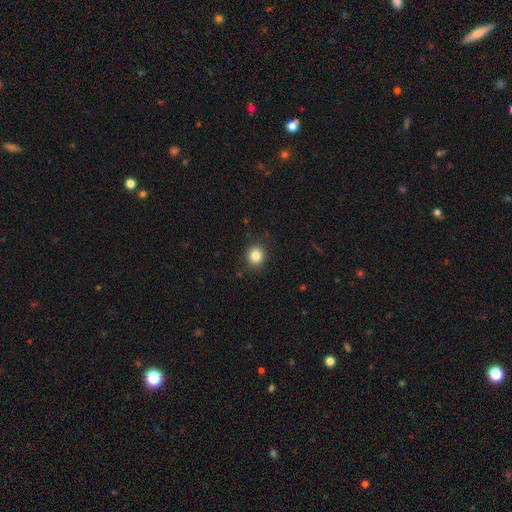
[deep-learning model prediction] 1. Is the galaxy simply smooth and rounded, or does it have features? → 84% smooth, 11% star or artifact, 5% featured or disk.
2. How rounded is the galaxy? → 86% round, 14% in between, 1% cigar-shaped.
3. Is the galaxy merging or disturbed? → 88% none, 8% minor disturbance, 2% major disturbance, 1% merger.